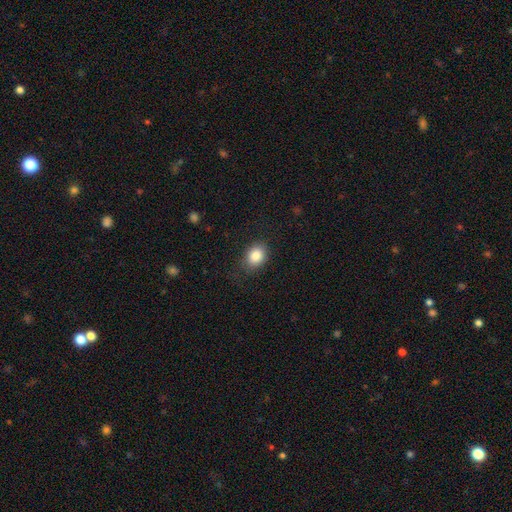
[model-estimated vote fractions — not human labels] Morphology: type=smooth (85%); roundness=in between (58%); merging=none (81%).